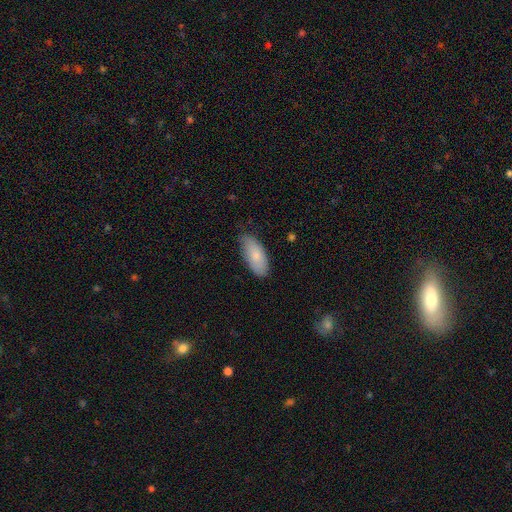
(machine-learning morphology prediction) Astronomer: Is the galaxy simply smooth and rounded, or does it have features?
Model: smooth — 82%.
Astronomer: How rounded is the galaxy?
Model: in between — 86%.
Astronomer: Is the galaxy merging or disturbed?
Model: none — 75%.